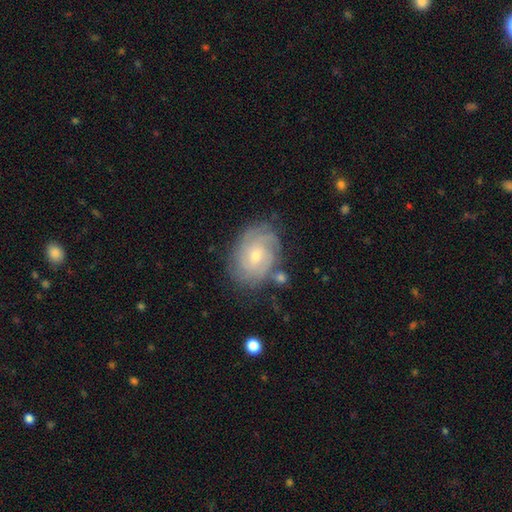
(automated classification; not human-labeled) Smooth or featured? Predicted: featured or disk (p=0.79). Edge-on disk? Predicted: no (p=0.97). Bar? Predicted: no (p=0.65). Spiral arms? Predicted: yes (p=0.95). Spiral winding? Predicted: tight (p=0.72). Spiral arm count? Predicted: can't tell (p=0.36). Bulge size? Predicted: small (p=0.58). Merging? Predicted: none (p=0.75).